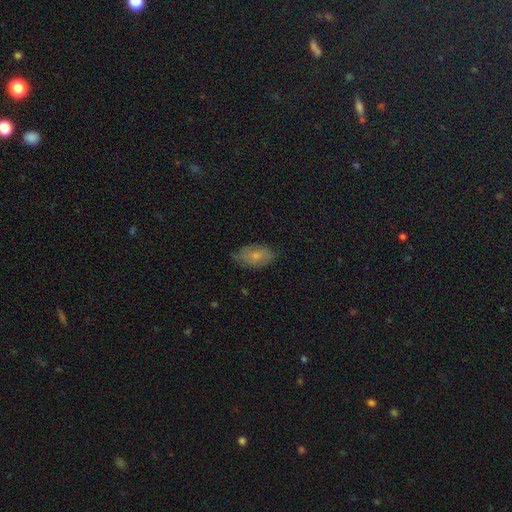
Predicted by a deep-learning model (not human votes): smooth_or_featured: smooth (p=0.70) [alt: featured or disk p=0.22]
how_rounded: in between (p=0.91) [alt: round p=0.06]
merging: none (p=0.71) [alt: minor disturbance p=0.24]